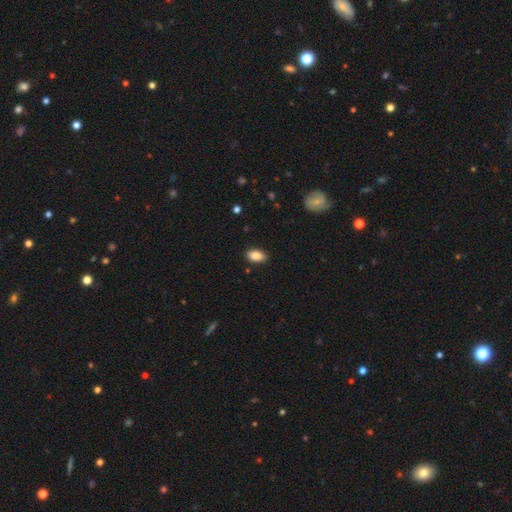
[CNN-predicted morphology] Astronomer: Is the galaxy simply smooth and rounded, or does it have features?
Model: smooth — 88%.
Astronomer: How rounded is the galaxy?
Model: in between — 91%.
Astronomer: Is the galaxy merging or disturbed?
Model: none — 86%.